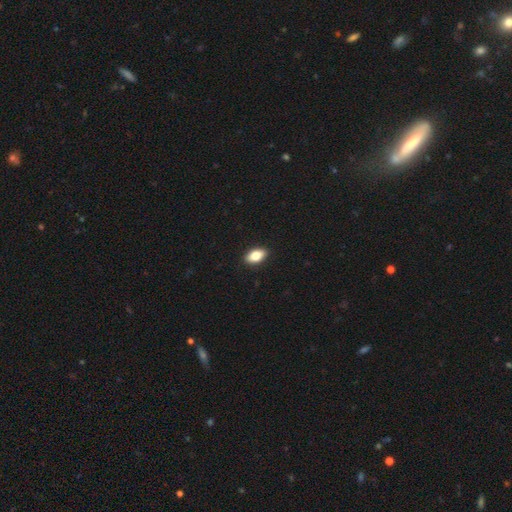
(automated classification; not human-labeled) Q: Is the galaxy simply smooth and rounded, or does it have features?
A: smooth — 81%.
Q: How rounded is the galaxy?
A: in between — 90%.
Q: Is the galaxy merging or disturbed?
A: none — 90%.